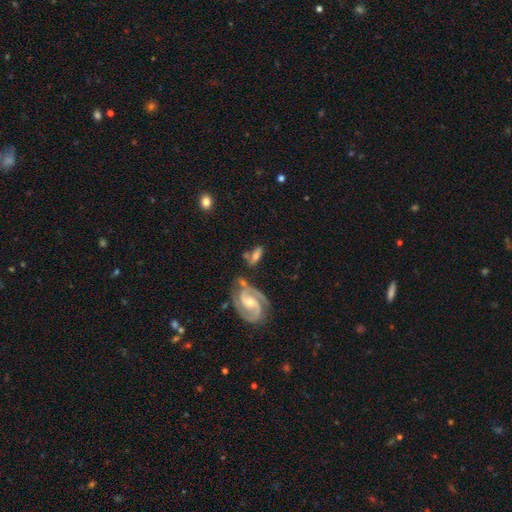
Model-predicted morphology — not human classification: Smooth or featured?
  - featured or disk: 53% *
  - smooth: 39%
  - star or artifact: 9%
Edge-on disk?
  - no: 87% *
  - yes: 13%
Merging?
  - none: 55% *
  - minor disturbance: 20%
  - merger: 16%
  - major disturbance: 9%